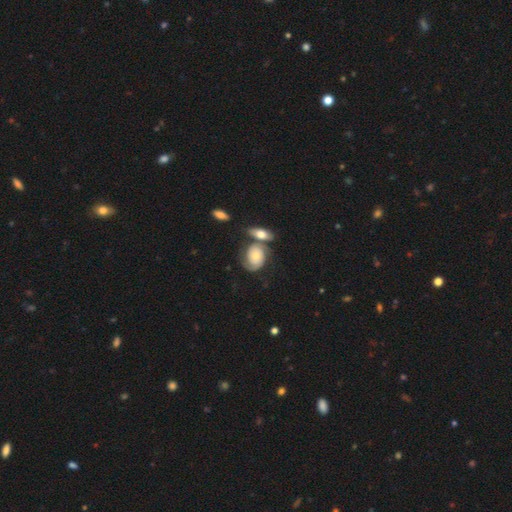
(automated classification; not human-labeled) A featured or disk galaxy (63%) with no bar (79%), 2 (53%) tight (58%) spiral arms (87%) and a moderate central bulge (53%).

Vote fractions:
- Smooth or featured? featured or disk: 63% / smooth: 31% / star or artifact: 6%
- Edge-on disk? no: 95% / yes: 5%
- Bar? no: 79% / weak: 17% / strong: 4%
- Spiral arms? yes: 87% / no: 13%
- Spiral winding? tight: 58% / medium: 29% / loose: 14%
- Spiral arm count? 2: 53% / 1: 21% / can't tell: 19% / 3: 3% / 4: 1% / more than 4: 1%
- Bulge size? moderate: 53% / small: 37% / large: 6% / none: 2% / dominant: 2%
- Merging? none: 41% / merger: 28% / minor disturbance: 18% / major disturbance: 12%